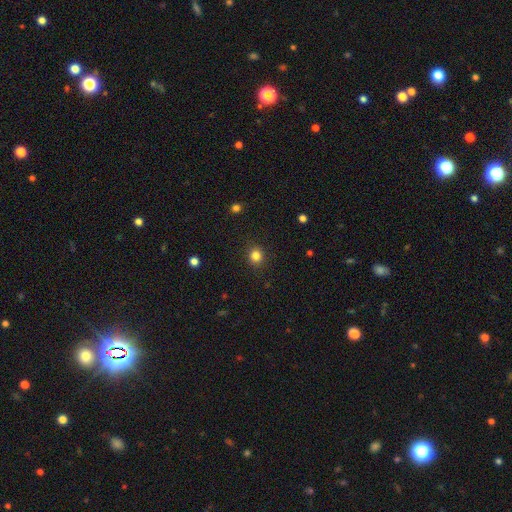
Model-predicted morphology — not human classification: smooth_or_featured: smooth (p=0.83) [alt: star or artifact p=0.13]
how_rounded: round (p=0.87) [alt: in between p=0.12]
merging: none (p=0.91) [alt: minor disturbance p=0.06]